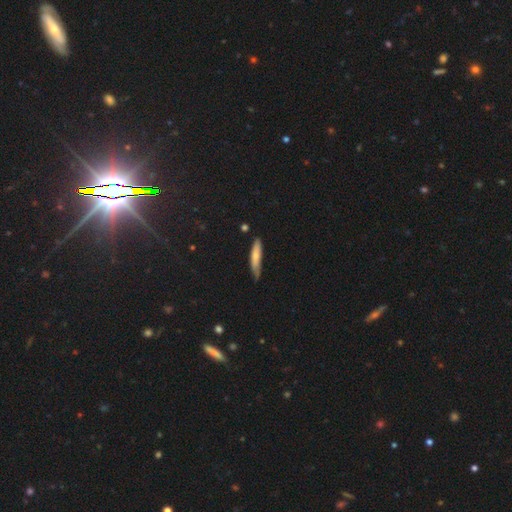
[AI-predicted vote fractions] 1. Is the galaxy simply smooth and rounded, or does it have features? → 72% smooth, 22% featured or disk, 6% star or artifact.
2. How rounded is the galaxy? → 85% cigar-shaped, 13% in between, 1% round.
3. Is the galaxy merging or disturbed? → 64% none, 29% minor disturbance, 4% major disturbance, 3% merger.